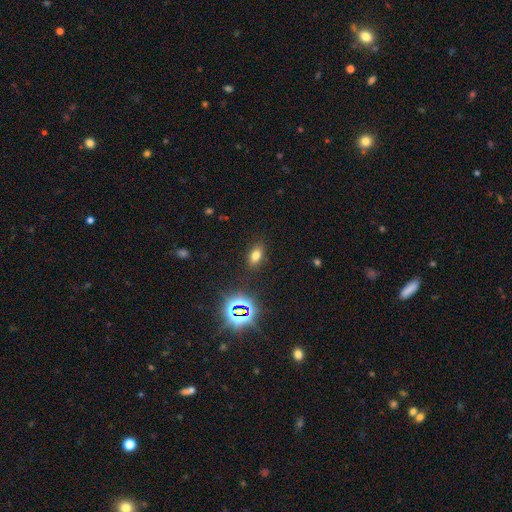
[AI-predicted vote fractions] A smooth galaxy with no disk features (68%) that is in between round and cigar-shaped (83%).

Vote fractions:
- Smooth or featured? smooth: 68% / star or artifact: 22% / featured or disk: 9%
- How rounded? in between: 83% / round: 14% / cigar-shaped: 4%
- Merging? none: 86% / minor disturbance: 9% / major disturbance: 3% / merger: 2%